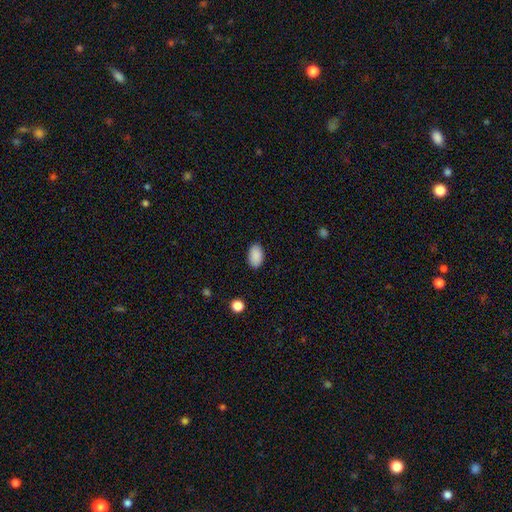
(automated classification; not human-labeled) Overall: smooth (90%). How rounded: in between (92%). Merging: none (88%).